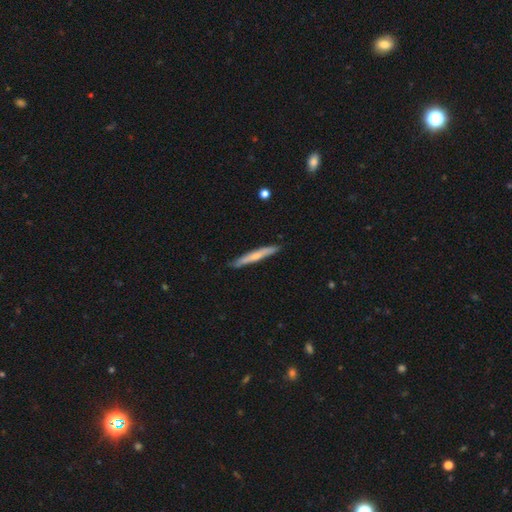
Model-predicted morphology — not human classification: type=smooth (53%); roundness=cigar-shaped (95%); merging=none (88%).